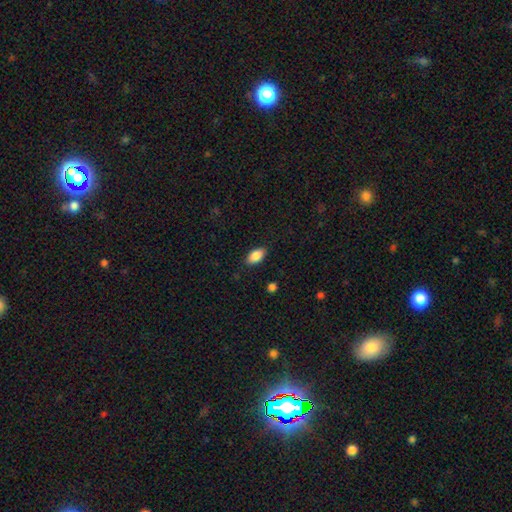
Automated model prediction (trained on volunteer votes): A smooth galaxy with no disk features (88%) that is in between round and cigar-shaped (93%).

Vote fractions:
- Smooth or featured? smooth: 88% / star or artifact: 7% / featured or disk: 5%
- How rounded? in between: 93% / round: 4% / cigar-shaped: 3%
- Merging? none: 87% / minor disturbance: 10% / major disturbance: 2% / merger: 1%